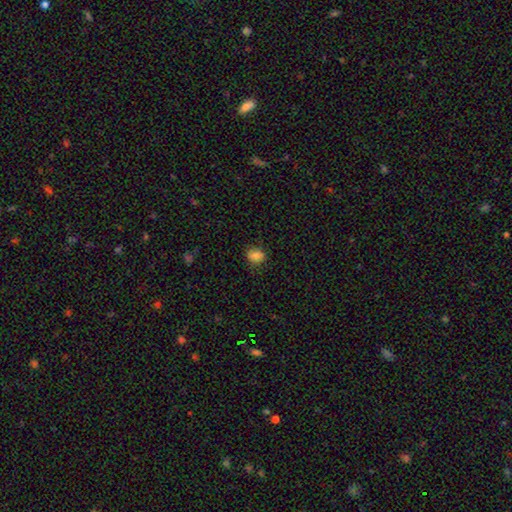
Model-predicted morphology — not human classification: This appears to be a smooth galaxy with no disk features (81%) that is round (64%). Merging: none (80%).